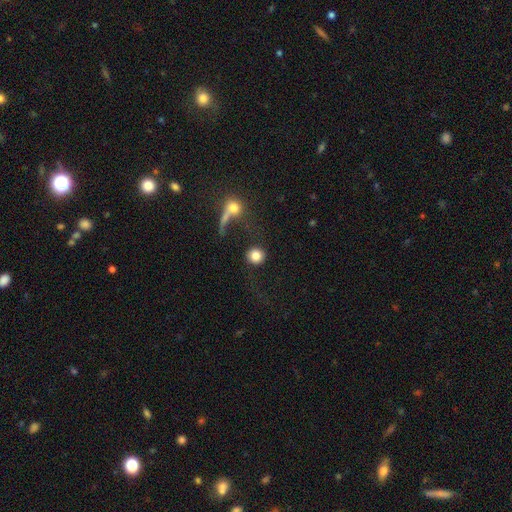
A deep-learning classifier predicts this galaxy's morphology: Smooth or featured?
  - smooth: 81% *
  - featured or disk: 10%
  - star or artifact: 9%
How rounded?
  - round: 92% *
  - in between: 6%
  - cigar-shaped: 1%
Merging?
  - none: 71% *
  - merger: 11%
  - major disturbance: 9%
  - minor disturbance: 9%